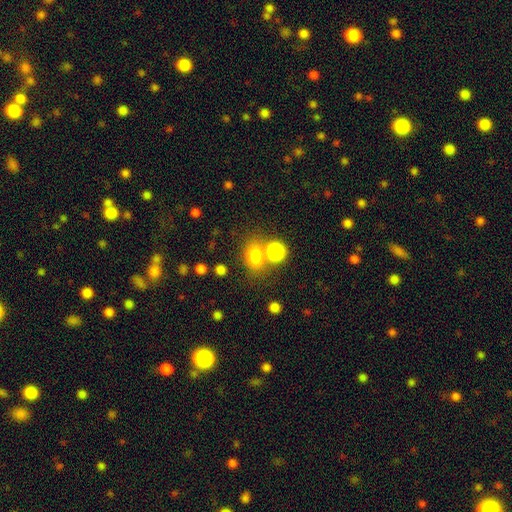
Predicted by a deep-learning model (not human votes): The model was most divided on "how rounded": round: 50%, in between: 49%, cigar-shaped: 1%. More confident: smooth or featured — smooth (76%); merging — none (61%).